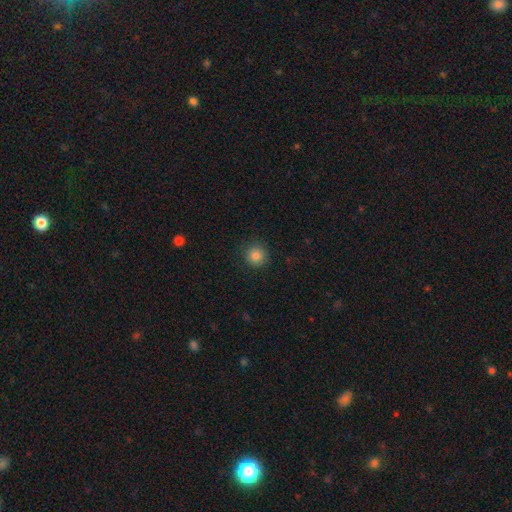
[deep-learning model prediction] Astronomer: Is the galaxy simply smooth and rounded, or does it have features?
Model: smooth — 83%.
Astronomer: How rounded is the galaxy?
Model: round — 94%.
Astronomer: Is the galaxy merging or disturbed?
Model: none — 89%.